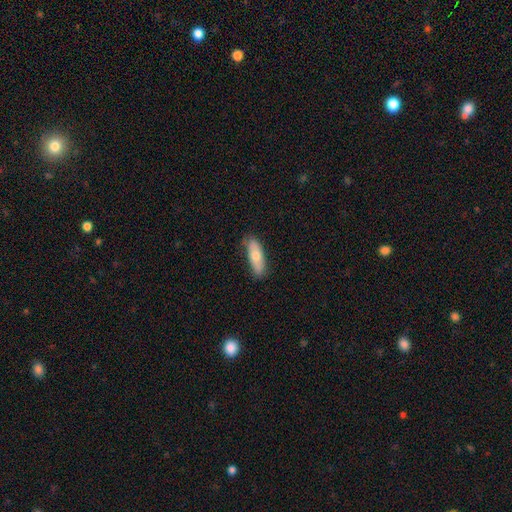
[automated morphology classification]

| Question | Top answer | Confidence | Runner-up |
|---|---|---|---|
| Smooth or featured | smooth | 72% | featured or disk (22%) |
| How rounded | in between | 59% | cigar-shaped (38%) |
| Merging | none | 79% | minor disturbance (17%) |